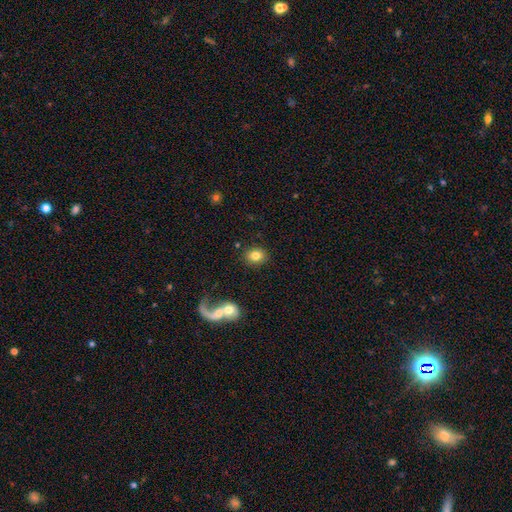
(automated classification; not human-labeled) smooth-or-featured: smooth: 81% | star or artifact: 10% | featured or disk: 9%
  how-rounded: round: 59% | in between: 40% | cigar-shaped: 1%
  merging: none: 85% | minor disturbance: 7% | merger: 5% | major disturbance: 3%